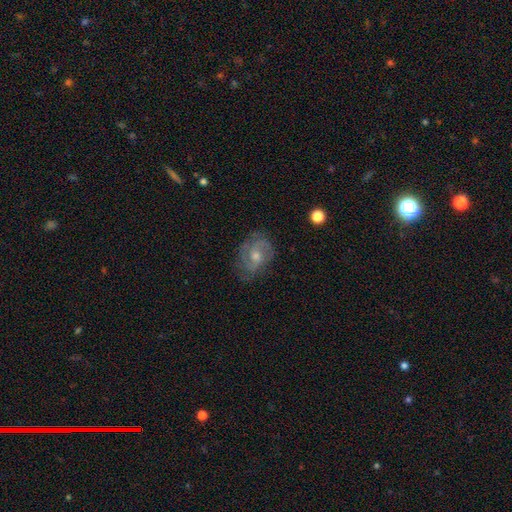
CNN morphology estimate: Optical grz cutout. It shows a featured or disk galaxy (70%) with no bar (62%), 2 (39%) tight (48%) spiral arms (87%) and a moderate central bulge (59%). Merging: none (73%).